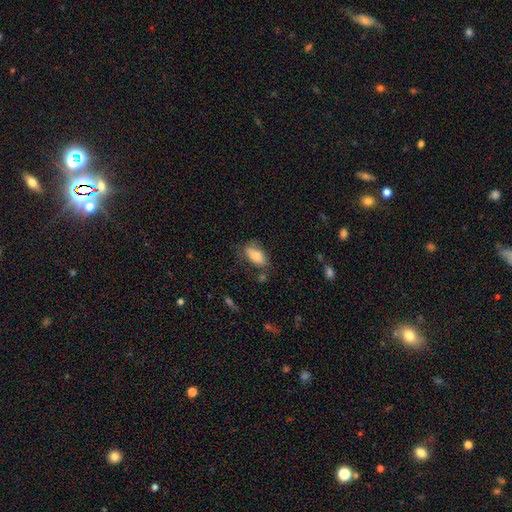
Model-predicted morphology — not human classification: This is clearly a smooth galaxy (81%). How rounded: clearly in between (89%). Merging: likely none (60%).